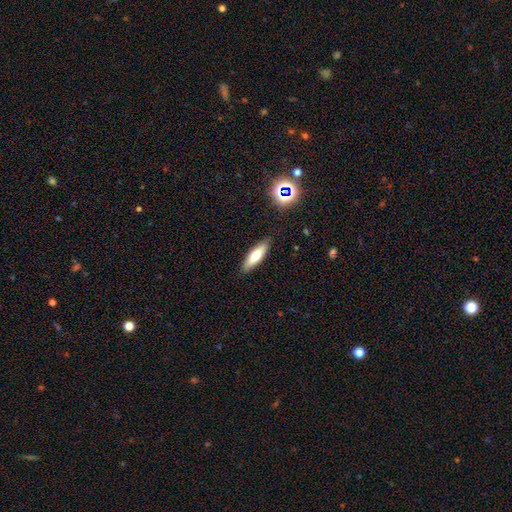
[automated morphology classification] Overall: smooth (68%). How rounded: cigar-shaped (49%, tied with in between). Merging: none (87%).